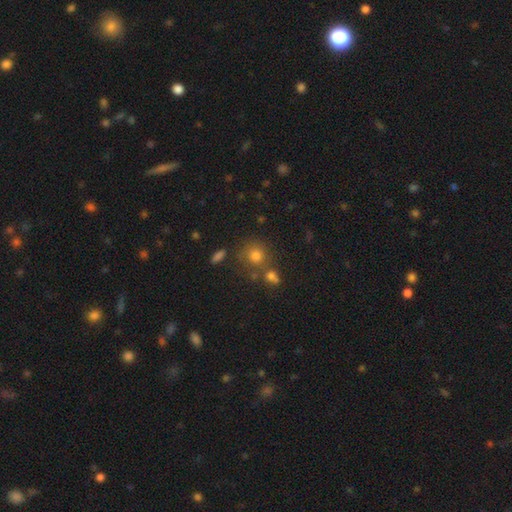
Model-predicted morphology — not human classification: Smooth or featured: smooth — 74% (star or artifact — 17%)
How rounded: round — 85% (in between — 14%)
Merging: none — 64% (merger — 19%)